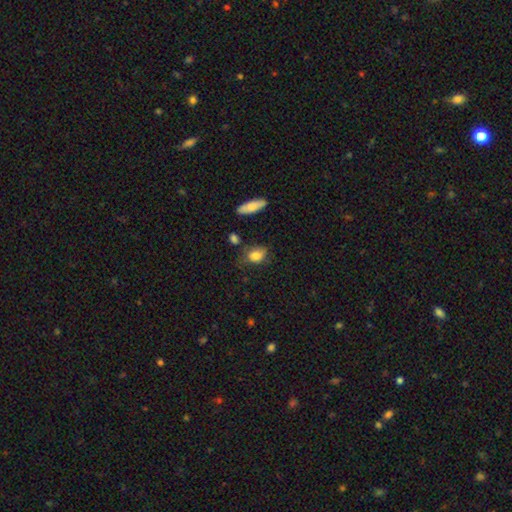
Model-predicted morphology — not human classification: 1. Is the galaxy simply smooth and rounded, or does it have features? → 81% smooth, 11% featured or disk, 8% star or artifact.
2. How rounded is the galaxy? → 71% in between, 26% round, 3% cigar-shaped.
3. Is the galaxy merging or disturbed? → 55% none, 29% minor disturbance, 10% major disturbance, 5% merger.